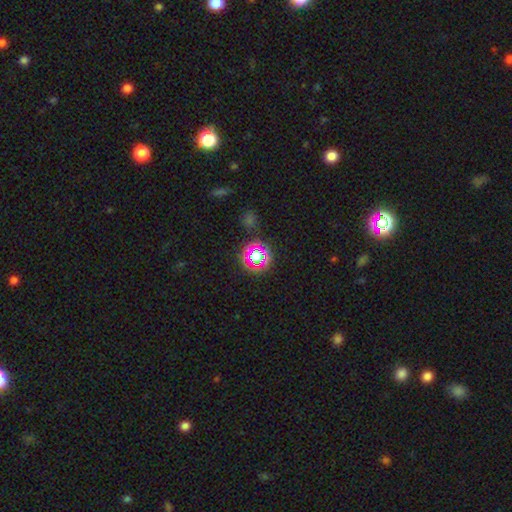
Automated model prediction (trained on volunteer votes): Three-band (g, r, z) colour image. It shows a star or artifact, not a galaxy (60%).